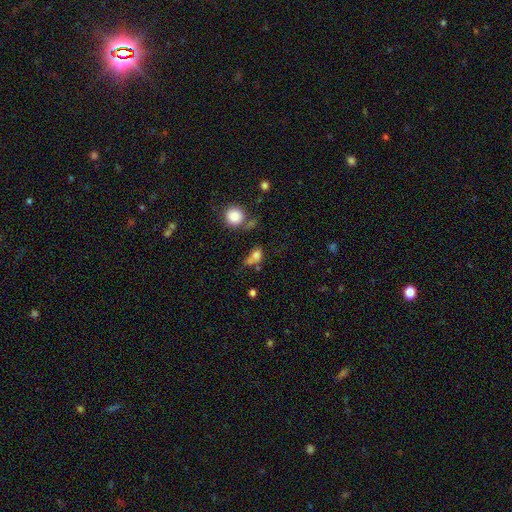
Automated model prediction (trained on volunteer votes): The model was most divided on "how rounded" (2-way tie): round: 48%, in between: 48%, cigar-shaped: 4%. Remaining: smooth or featured — smooth (72%); merging — none (38%).